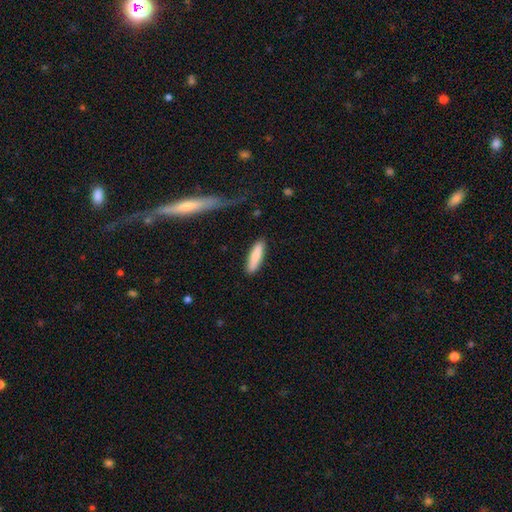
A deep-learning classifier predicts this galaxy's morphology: Smooth or featured: smooth — 85% (featured or disk — 10%)
How rounded: cigar-shaped — 76% (in between — 22%)
Merging: none — 84% (minor disturbance — 11%)